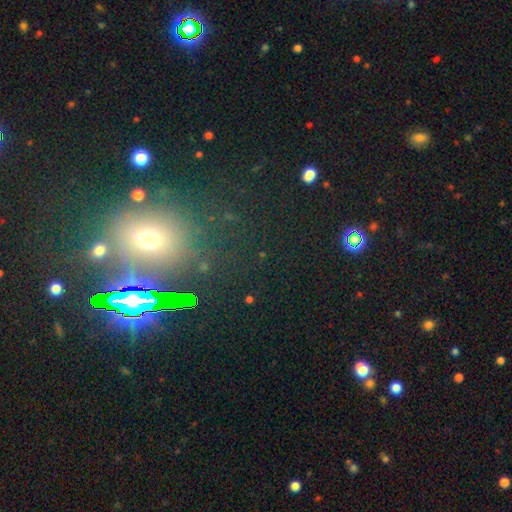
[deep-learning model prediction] smooth-or-featured: star or artifact: 59% | smooth: 30% | featured or disk: 11%